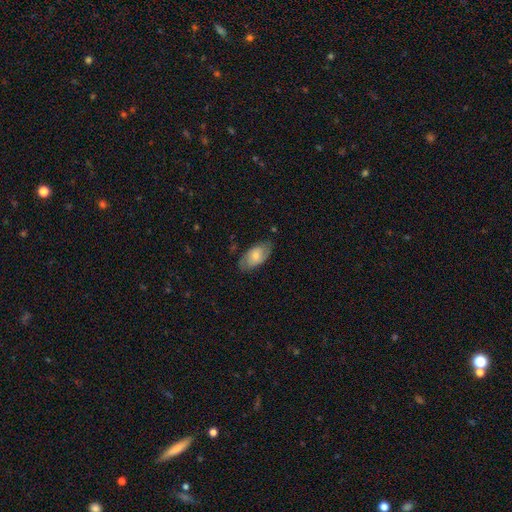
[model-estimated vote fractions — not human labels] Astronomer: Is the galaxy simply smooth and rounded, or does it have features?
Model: smooth — 51% (runner-up: featured or disk, 42%).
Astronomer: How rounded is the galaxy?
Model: in between — 92%.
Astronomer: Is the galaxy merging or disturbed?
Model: none — 75%.